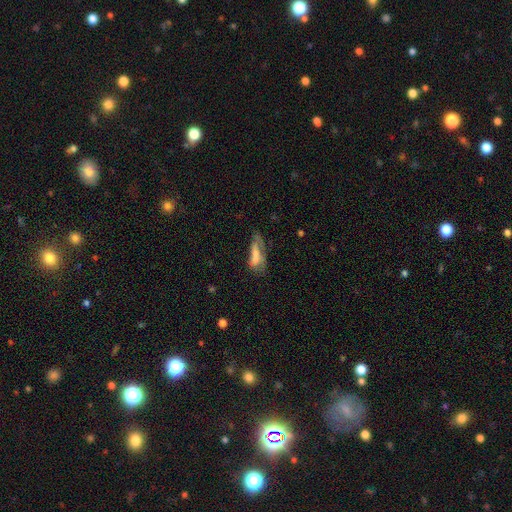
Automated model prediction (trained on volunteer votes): Smooth or featured? Predicted: smooth (p=0.58). How rounded? Predicted: in between (p=0.58). Merging? Predicted: major disturbance (p=0.30).